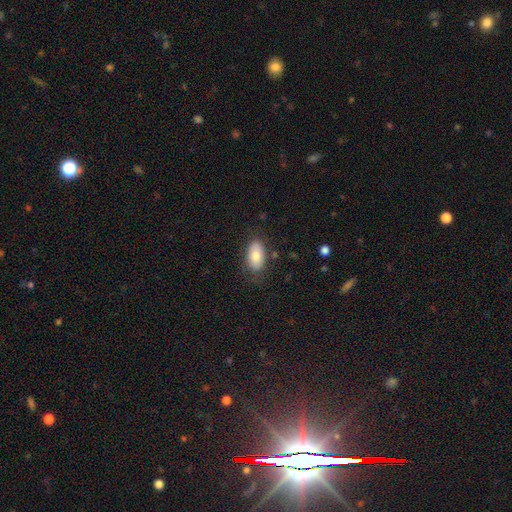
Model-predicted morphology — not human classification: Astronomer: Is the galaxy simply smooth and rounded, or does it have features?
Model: smooth — 77%.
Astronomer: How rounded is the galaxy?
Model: in between — 93%.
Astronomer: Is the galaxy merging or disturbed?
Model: none — 80%.